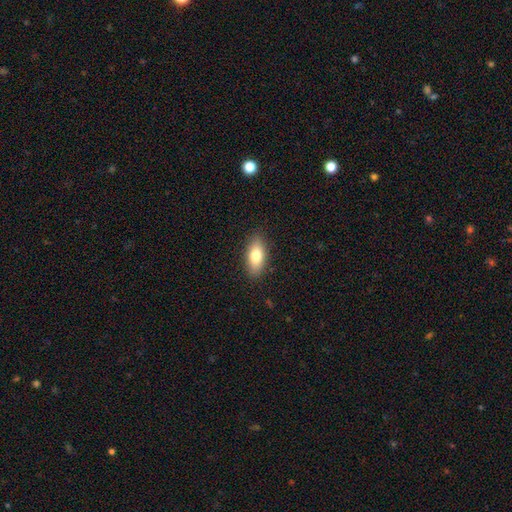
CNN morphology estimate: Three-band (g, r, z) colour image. It shows a smooth galaxy with no disk features (79%) that is in between round and cigar-shaped (85%). Merging: none (88%).